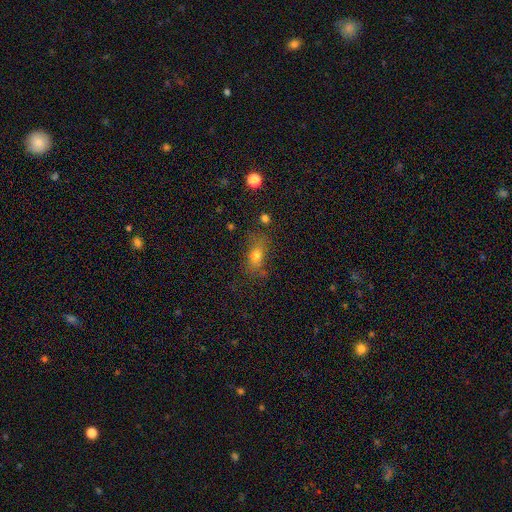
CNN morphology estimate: smooth-or-featured: smooth: 71% | star or artifact: 15% | featured or disk: 13%
  how-rounded: in between: 70% | round: 18% | cigar-shaped: 11%
  merging: none: 68% | minor disturbance: 19% | major disturbance: 8% | merger: 5%